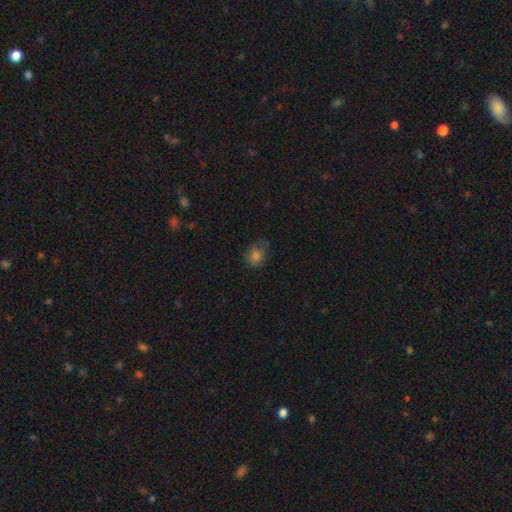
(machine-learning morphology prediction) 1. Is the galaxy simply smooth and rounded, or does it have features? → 76% smooth, 14% star or artifact, 10% featured or disk.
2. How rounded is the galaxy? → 64% round, 35% in between, 1% cigar-shaped.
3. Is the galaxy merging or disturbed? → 64% none, 26% minor disturbance, 9% major disturbance, 2% merger.